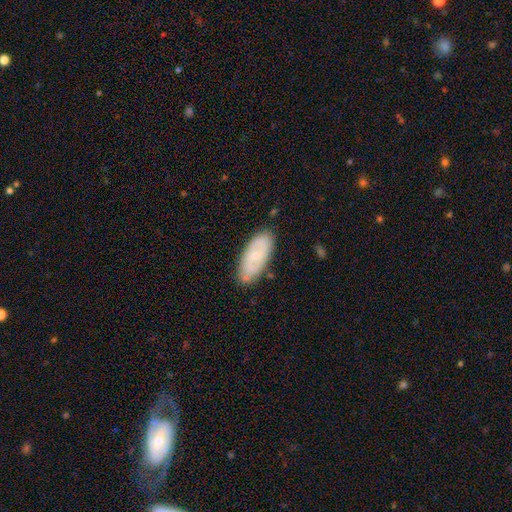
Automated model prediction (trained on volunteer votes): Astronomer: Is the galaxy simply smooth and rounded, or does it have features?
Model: featured or disk — 54% (runner-up: smooth, 40%).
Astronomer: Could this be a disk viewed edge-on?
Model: no — 89%.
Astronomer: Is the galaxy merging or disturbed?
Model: none — 80%.